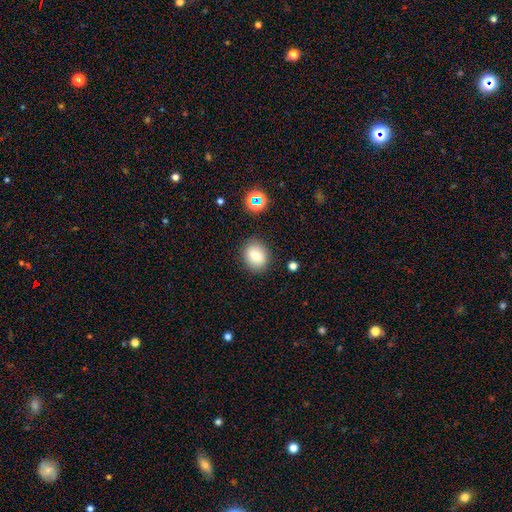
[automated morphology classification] Smooth or featured: smooth — 79% (star or artifact — 11%)
How rounded: in between — 52% (round — 47%)
Merging: none — 84% (minor disturbance — 11%)